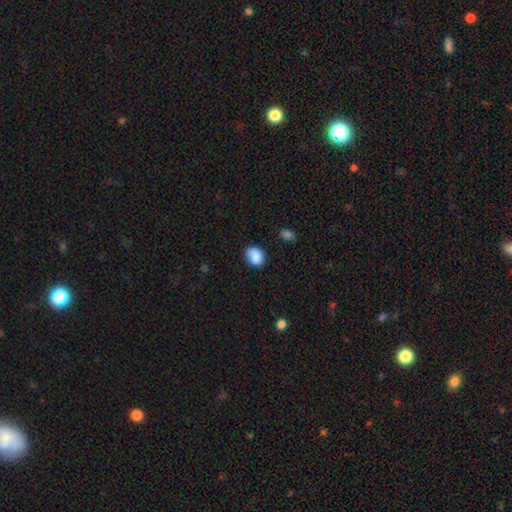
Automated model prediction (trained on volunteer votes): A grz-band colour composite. It shows a smooth galaxy with no disk features (84%) that is in between round and cigar-shaped (57%). Merging: none (71%).